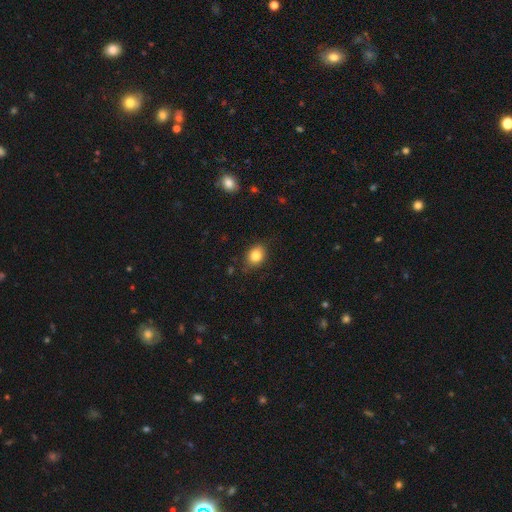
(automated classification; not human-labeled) This is clearly a smooth galaxy (84%). How rounded: likely in between (62%). Merging: likely none (79%).